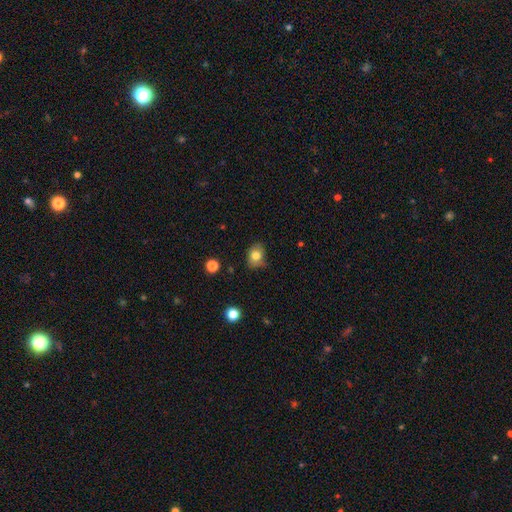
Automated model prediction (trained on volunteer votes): Smooth or featured? smooth (79%)
How rounded? in between (57%)
Merging? none (69%)